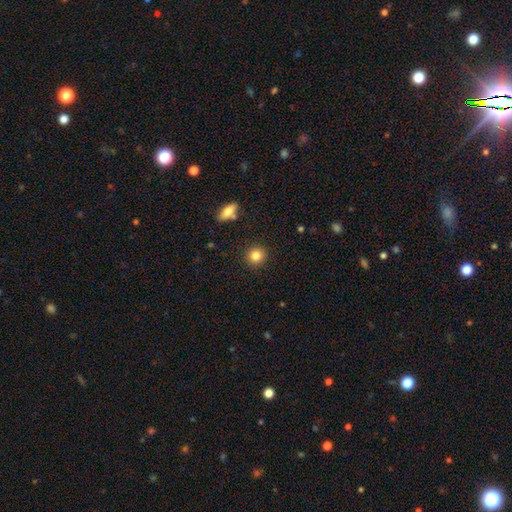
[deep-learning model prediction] Q: Smooth or featured?
A: smooth (84%); runner-up: star or artifact (10%)
Q: How rounded?
A: round (90%); runner-up: in between (9%)
Q: Merging?
A: none (91%); runner-up: minor disturbance (6%)